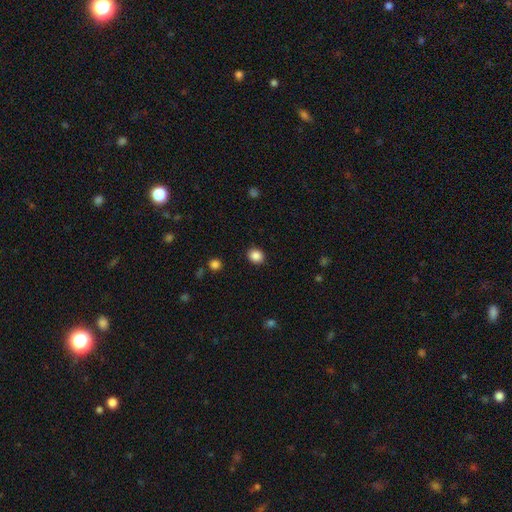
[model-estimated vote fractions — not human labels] Q: Smooth or featured?
A: smooth (87%); runner-up: star or artifact (10%)
Q: How rounded?
A: round (70%); runner-up: in between (29%)
Q: Merging?
A: none (90%); runner-up: minor disturbance (7%)